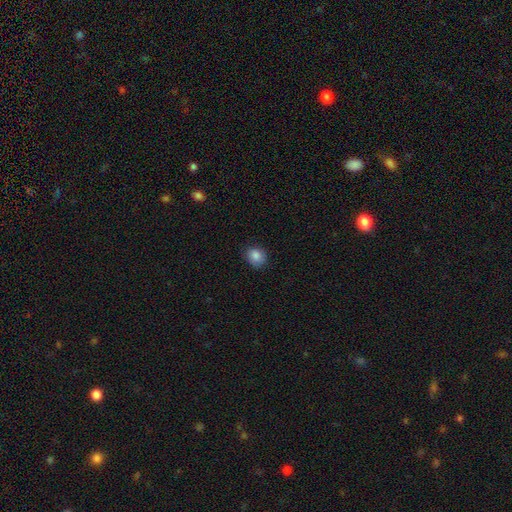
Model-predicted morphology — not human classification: Smooth or featured? Predicted: smooth (p=0.86). How rounded? Predicted: round (p=0.64). Merging? Predicted: none (p=0.82).